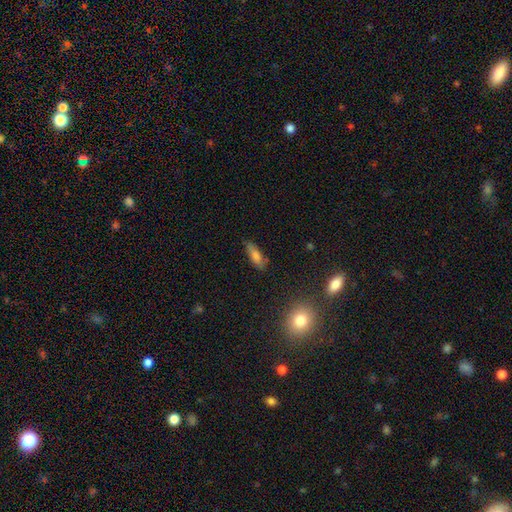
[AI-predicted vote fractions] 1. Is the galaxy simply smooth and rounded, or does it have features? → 69% smooth, 19% featured or disk, 11% star or artifact.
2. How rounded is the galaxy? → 60% in between, 36% cigar-shaped, 4% round.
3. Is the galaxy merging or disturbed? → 74% none, 19% minor disturbance, 4% major disturbance, 2% merger.